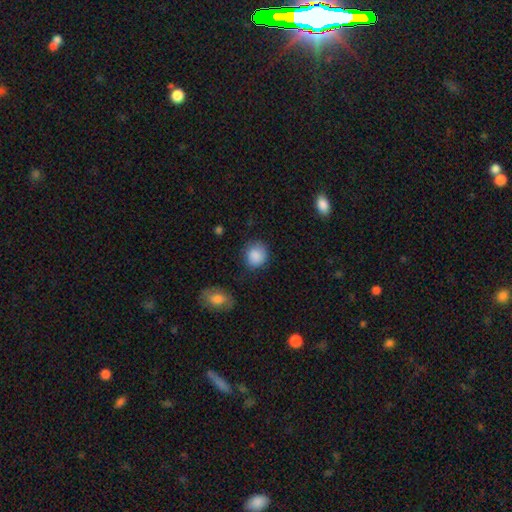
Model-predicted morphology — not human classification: A smooth galaxy with no disk features (89%) that is round (82%).

Vote fractions:
- Smooth or featured? smooth: 89% / star or artifact: 7% / featured or disk: 4%
- How rounded? round: 82% / in between: 17% / cigar-shaped: 1%
- Merging? none: 78% / minor disturbance: 15% / major disturbance: 4% / merger: 3%